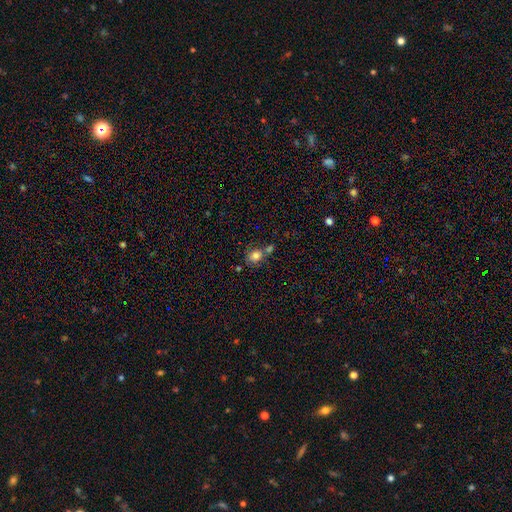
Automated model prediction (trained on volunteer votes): This is likely a smooth galaxy (78%). How rounded: likely round (62%). Merging: possibly none (48%).